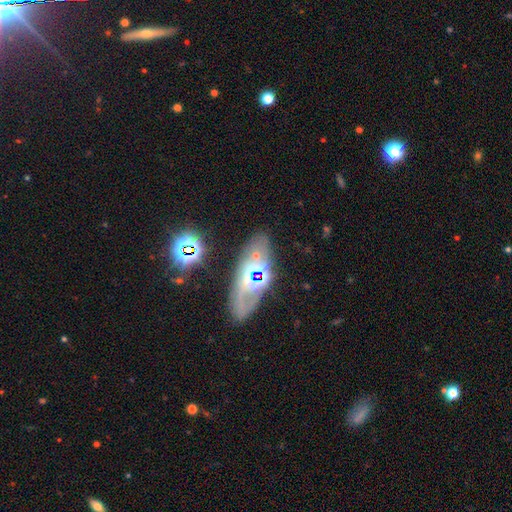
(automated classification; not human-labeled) A featured or disk galaxy (58%).

Vote fractions:
- Smooth or featured? featured or disk: 58% / star or artifact: 22% / smooth: 21%
- Edge-on disk? no: 74% / yes: 26%
- Merging? none: 69% / minor disturbance: 15% / major disturbance: 8% / merger: 8%